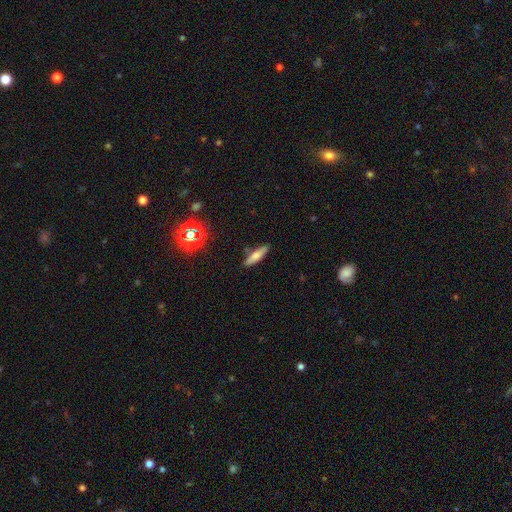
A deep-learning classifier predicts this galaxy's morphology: The model was most divided on "how rounded": cigar-shaped: 67%, in between: 30%, round: 3%. More confident: merging — none (83%); smooth or featured — smooth (66%).